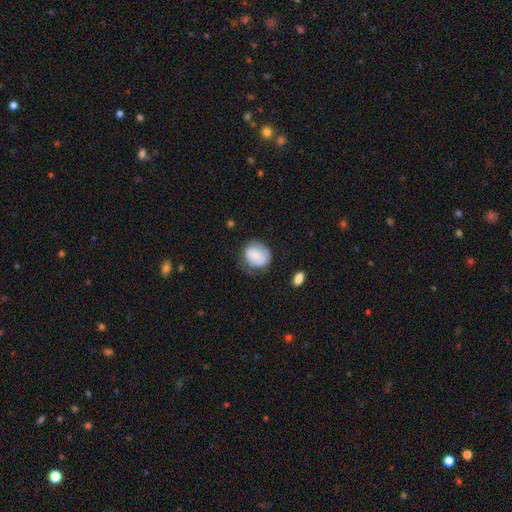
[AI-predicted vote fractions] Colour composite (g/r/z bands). It shows a smooth galaxy with no disk features (72%) that is round (68%). Merging: none (53%).